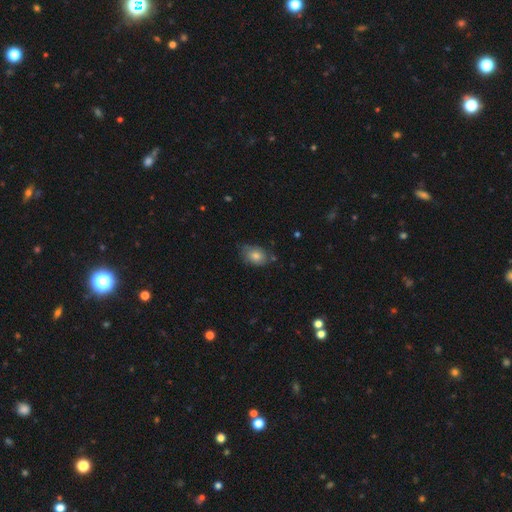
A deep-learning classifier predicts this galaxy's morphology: This is likely a smooth galaxy (78%). How rounded: likely in between (77%). Merging: likely none (67%).